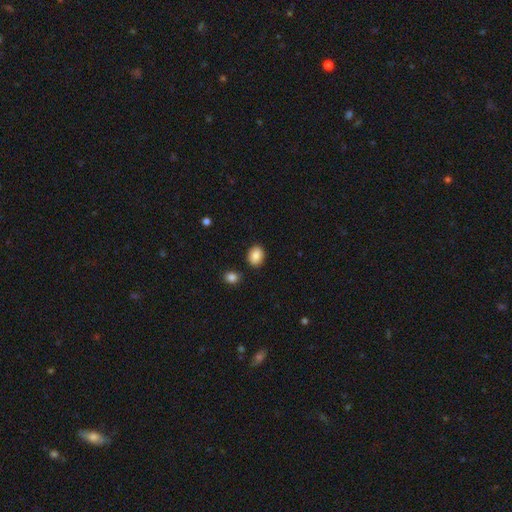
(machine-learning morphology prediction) A smooth galaxy with no disk features (88%) that is in between round and cigar-shaped (62%). Merging: none (86%).